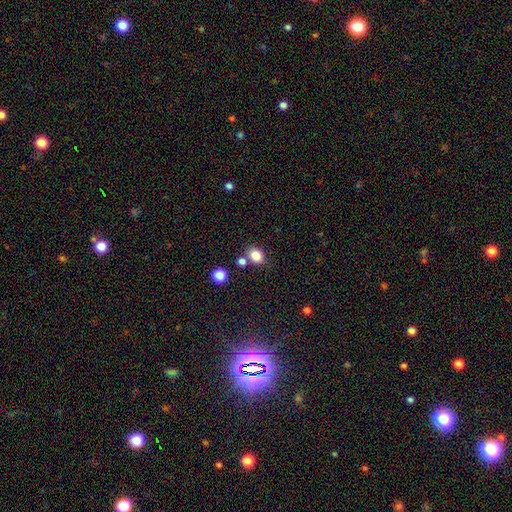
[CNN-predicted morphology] A smooth galaxy with no disk features (83%) that is in between round and cigar-shaped (54%).

Vote fractions:
- Smooth or featured? smooth: 83% / star or artifact: 11% / featured or disk: 5%
- How rounded? in between: 54% / round: 45% / cigar-shaped: 1%
- Merging? none: 69% / merger: 15% / minor disturbance: 13% / major disturbance: 4%